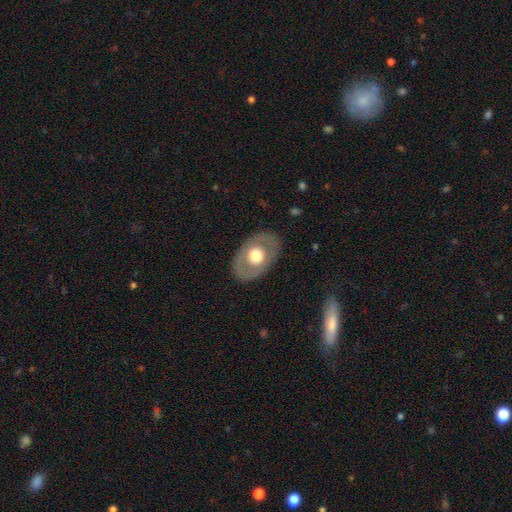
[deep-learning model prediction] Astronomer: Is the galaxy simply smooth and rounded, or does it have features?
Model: smooth — 50% (runner-up: featured or disk, 44%).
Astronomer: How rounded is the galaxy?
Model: in between — 77%.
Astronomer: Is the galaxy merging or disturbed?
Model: none — 84%.